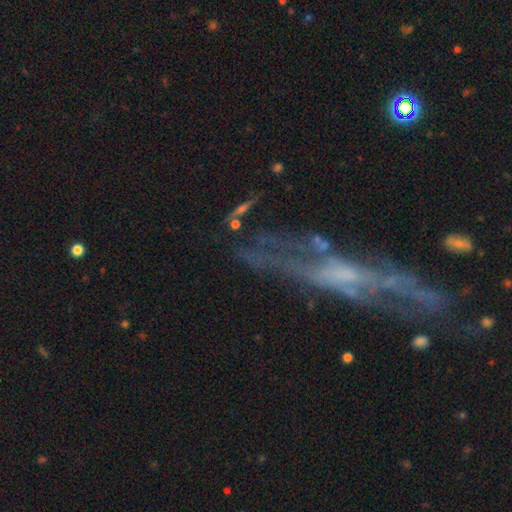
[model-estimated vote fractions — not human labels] Overall: featured or disk (66%). Edge-on disk: no (61%; yes 39%). Merging: none (48%; major disturbance 22%).